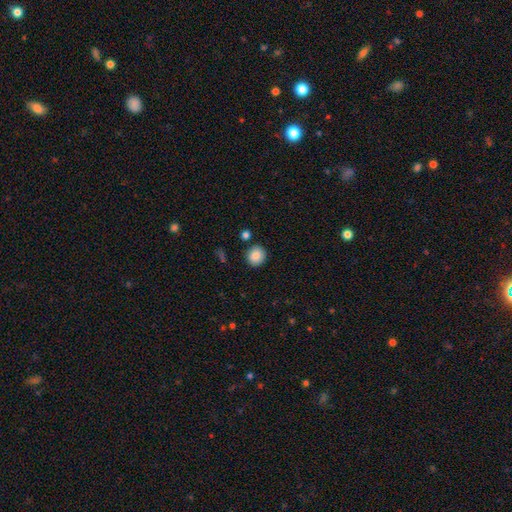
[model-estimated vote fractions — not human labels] Smooth or featured? Predicted: smooth (p=0.88). How rounded? Predicted: round (p=0.86). Merging? Predicted: none (p=0.87).